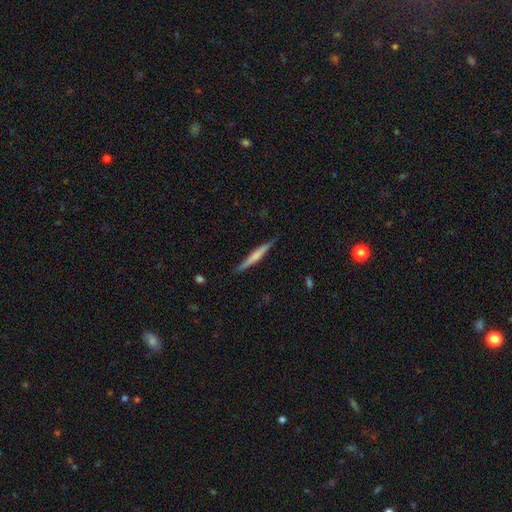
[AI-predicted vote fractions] Morphology: type=featured or disk (48%); merging=none (87%).